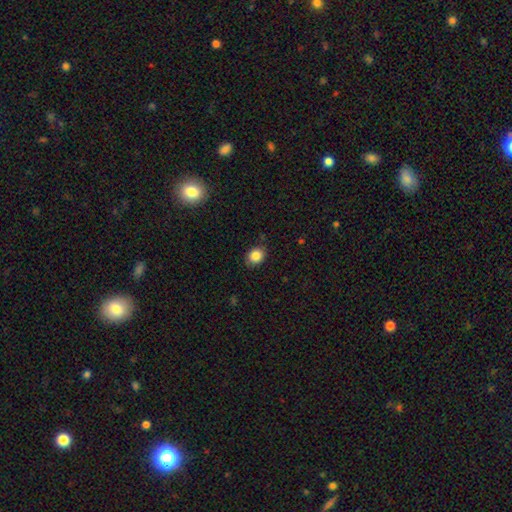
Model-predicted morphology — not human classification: This appears to be a smooth galaxy with no disk features (85%) that is round (57%). Merging: none (84%).